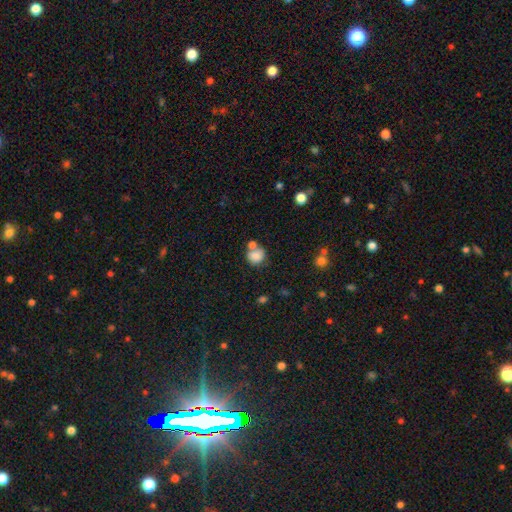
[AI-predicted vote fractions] A smooth galaxy with no disk features (81%) that is round (78%). Merging: none (47%).